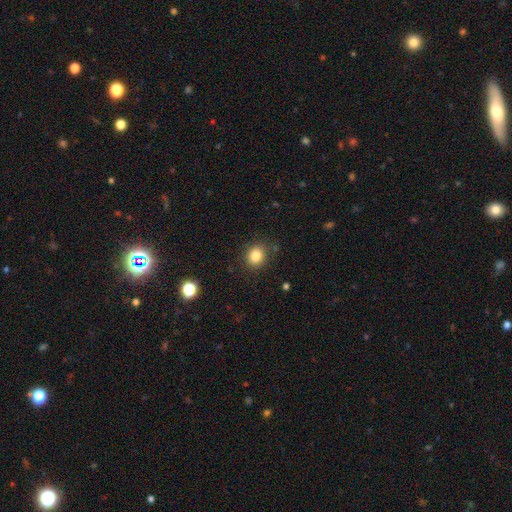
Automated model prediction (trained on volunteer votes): smooth-or-featured: smooth: 83% | star or artifact: 11% | featured or disk: 6%
  how-rounded: round: 71% | in between: 28% | cigar-shaped: 1%
  merging: none: 85% | minor disturbance: 10% | major disturbance: 3% | merger: 2%